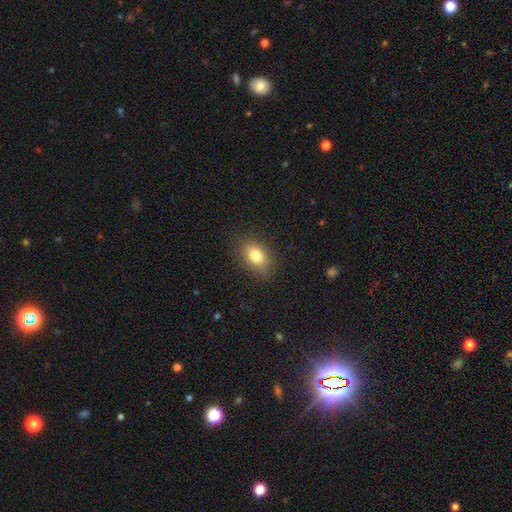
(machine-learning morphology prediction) This appears to be a smooth galaxy with no disk features (80%) that is in between round and cigar-shaped (83%). Merging: none (82%).